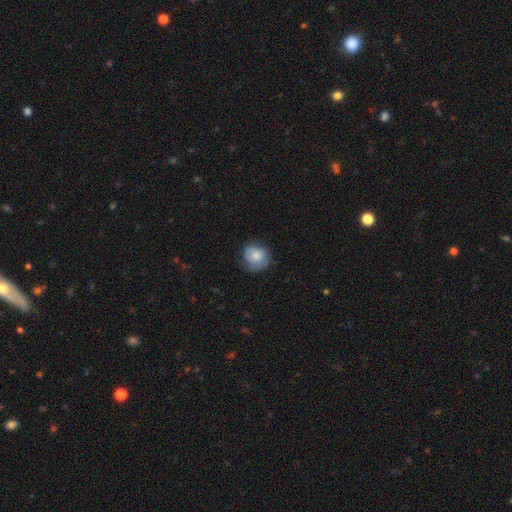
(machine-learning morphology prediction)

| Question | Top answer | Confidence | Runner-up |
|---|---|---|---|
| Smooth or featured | smooth | 72% | featured or disk (21%) |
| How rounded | round | 78% | in between (21%) |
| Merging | none | 60% | minor disturbance (28%) |